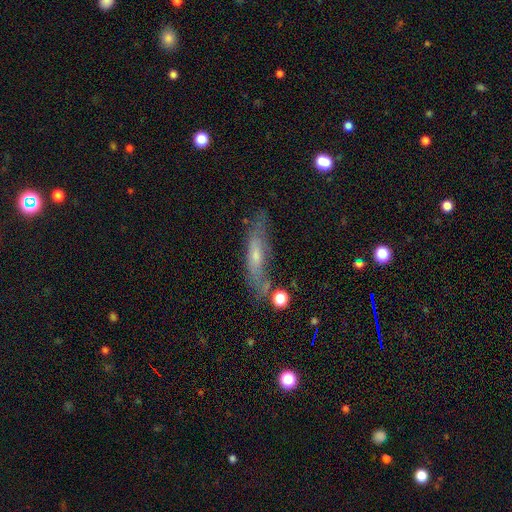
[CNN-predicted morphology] Smooth or featured? Predicted: featured or disk (p=0.50). Merging? Predicted: none (p=0.63).